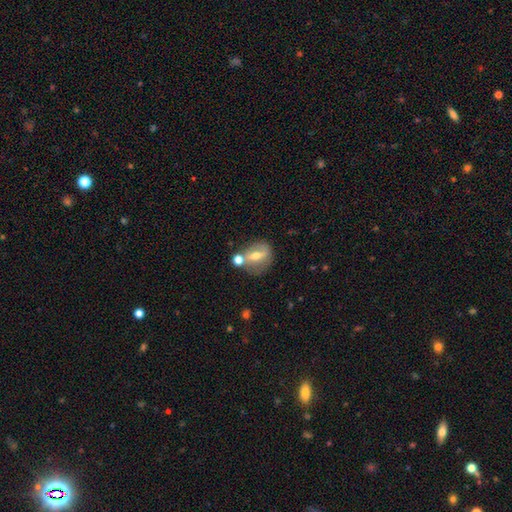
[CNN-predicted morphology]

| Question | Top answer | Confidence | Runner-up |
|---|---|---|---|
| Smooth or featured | featured or disk | 47% | smooth (43%) |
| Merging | none | 54% | merger (22%) |